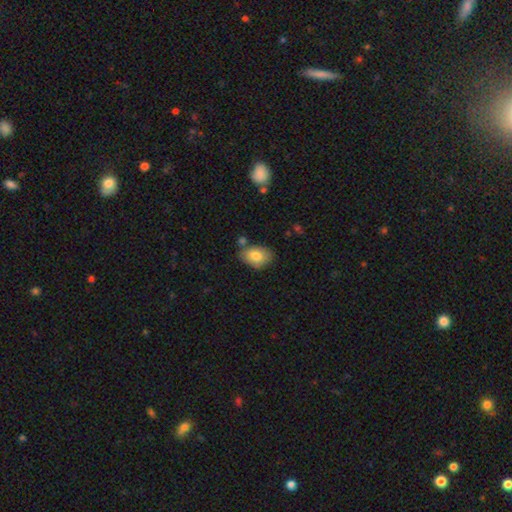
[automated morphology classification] Smooth or featured: smooth — 80% (featured or disk — 13%)
How rounded: in between — 82% (round — 17%)
Merging: none — 70% (minor disturbance — 17%)